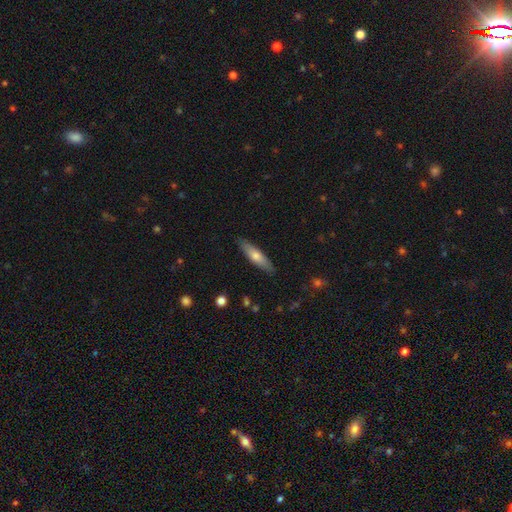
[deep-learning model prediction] The model was most divided on "smooth or featured": smooth: 62%, featured or disk: 32%, star or artifact: 6%. More confident: merging — none (88%); how rounded — cigar-shaped (73%).